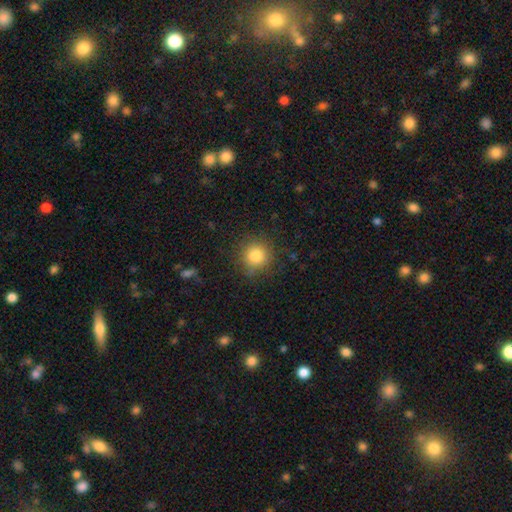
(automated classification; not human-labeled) Smooth or featured?
  - smooth: 82% *
  - star or artifact: 11%
  - featured or disk: 6%
How rounded?
  - round: 93% *
  - in between: 6%
  - cigar-shaped: 1%
Merging?
  - none: 85% *
  - minor disturbance: 10%
  - major disturbance: 4%
  - merger: 1%